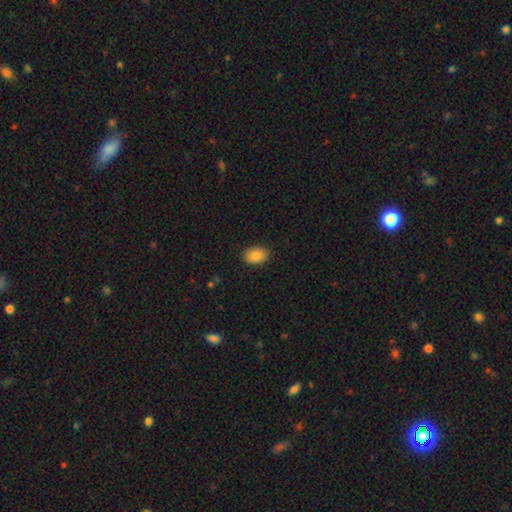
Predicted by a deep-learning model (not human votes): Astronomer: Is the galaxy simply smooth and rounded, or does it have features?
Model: smooth — 85%.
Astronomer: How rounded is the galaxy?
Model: in between — 78%.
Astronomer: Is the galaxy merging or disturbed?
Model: none — 88%.